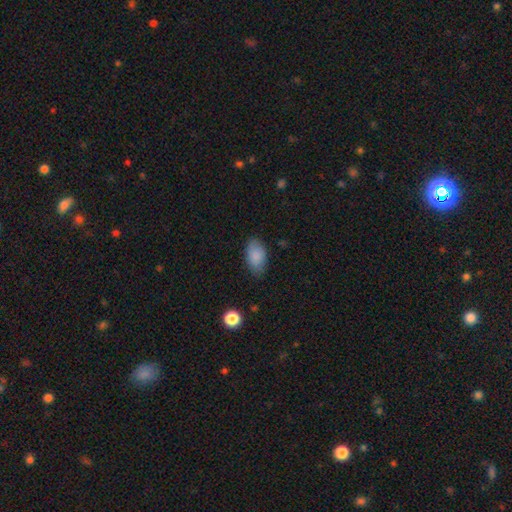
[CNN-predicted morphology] smooth-or-featured: smooth: 87% | star or artifact: 7% | featured or disk: 6%
  how-rounded: in between: 93% | round: 5% | cigar-shaped: 3%
  merging: none: 79% | minor disturbance: 16% | major disturbance: 4% | merger: 1%